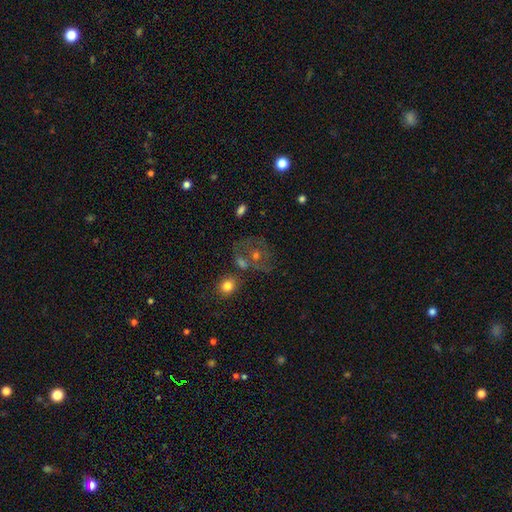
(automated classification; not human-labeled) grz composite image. It shows a featured or disk galaxy (46%). Merging: none (49%).